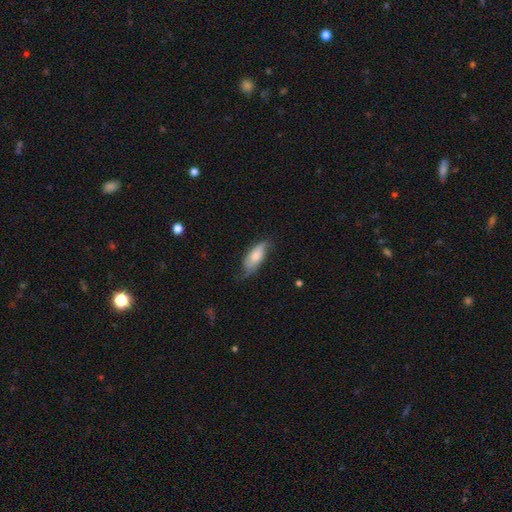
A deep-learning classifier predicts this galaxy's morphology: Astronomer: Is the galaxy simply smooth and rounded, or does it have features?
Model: smooth — 48% (runner-up: featured or disk, 45%).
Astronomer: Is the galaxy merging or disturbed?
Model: none — 53% (runner-up: minor disturbance, 32%).